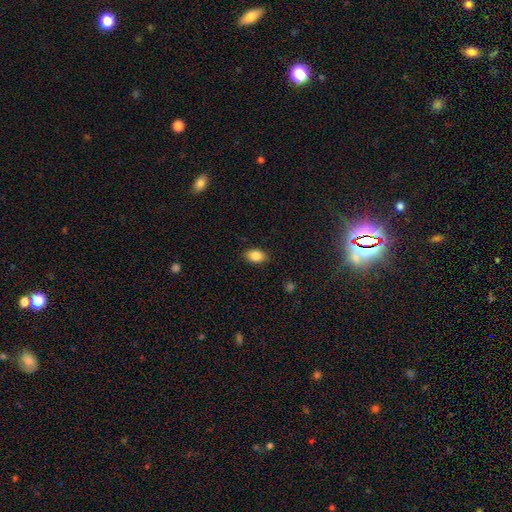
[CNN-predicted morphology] Q: Smooth or featured?
A: smooth (87%); runner-up: star or artifact (8%)
Q: How rounded?
A: in between (88%); runner-up: round (11%)
Q: Merging?
A: none (87%); runner-up: minor disturbance (10%)